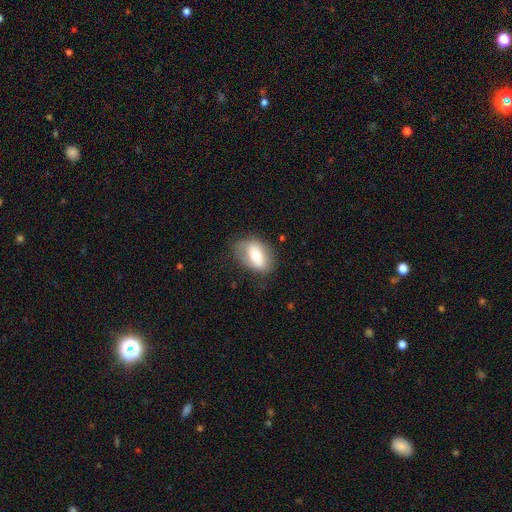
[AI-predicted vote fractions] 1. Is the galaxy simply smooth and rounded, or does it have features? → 56% smooth, 37% featured or disk, 7% star or artifact.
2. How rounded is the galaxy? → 84% in between, 14% round, 2% cigar-shaped.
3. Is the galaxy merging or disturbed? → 68% none, 22% minor disturbance, 8% major disturbance, 1% merger.